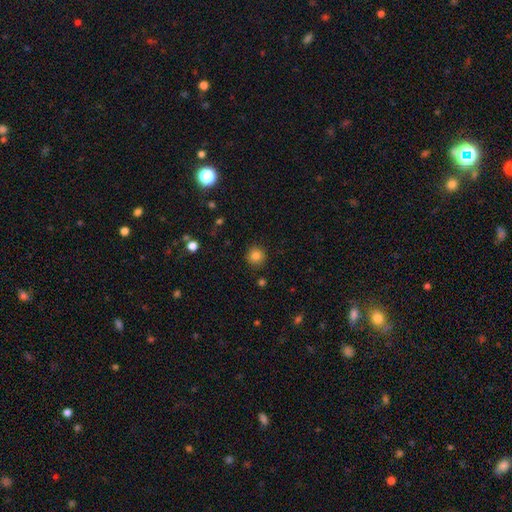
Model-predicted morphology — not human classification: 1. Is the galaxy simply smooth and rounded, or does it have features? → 84% smooth, 11% star or artifact, 5% featured or disk.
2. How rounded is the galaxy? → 93% round, 6% in between, 1% cigar-shaped.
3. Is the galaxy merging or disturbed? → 90% none, 7% minor disturbance, 2% major disturbance, 1% merger.